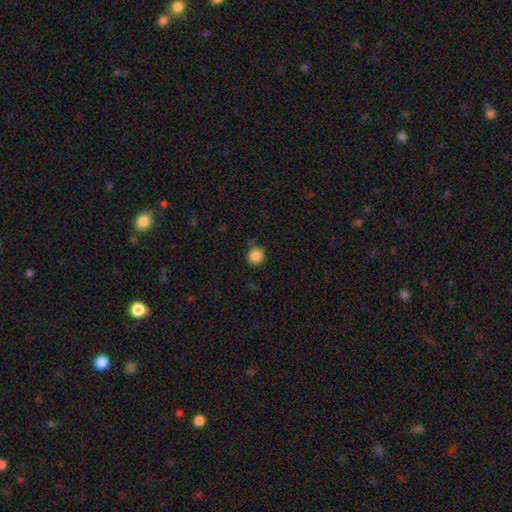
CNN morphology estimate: This appears to be a smooth galaxy with no disk features (86%) that is round (87%). Merging: none (83%).